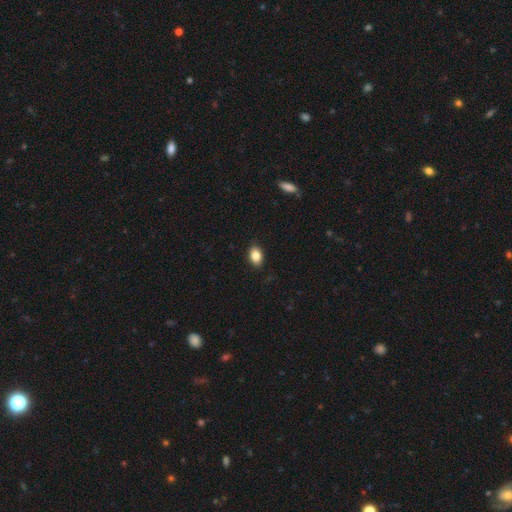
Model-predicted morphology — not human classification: smooth 86%, star or artifact 8%, featured or disk 6%. Down the decision tree: how rounded — in between (83%); merging — none (88%).